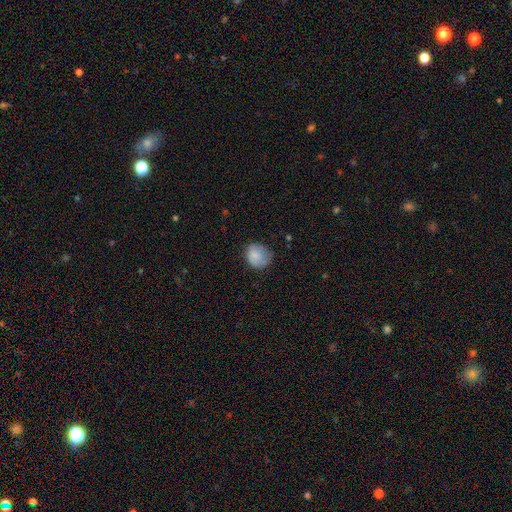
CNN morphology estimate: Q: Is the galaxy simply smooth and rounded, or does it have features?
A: smooth — 81%.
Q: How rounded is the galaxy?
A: round — 73%.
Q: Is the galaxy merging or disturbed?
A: none — 60%.